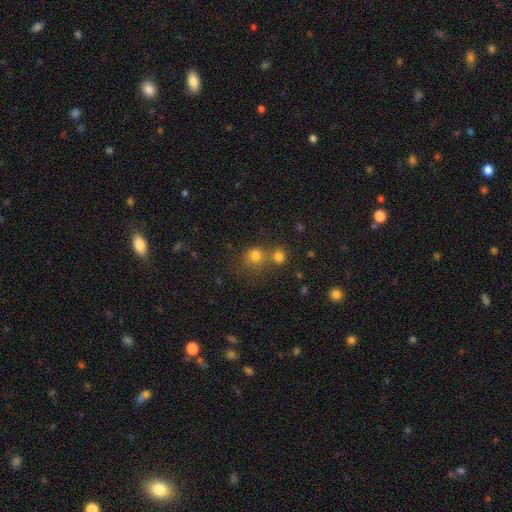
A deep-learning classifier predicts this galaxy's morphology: Q: Smooth or featured?
A: smooth (74%); runner-up: star or artifact (18%)
Q: How rounded?
A: round (84%); runner-up: in between (15%)
Q: Merging?
A: none (55%); runner-up: merger (33%)